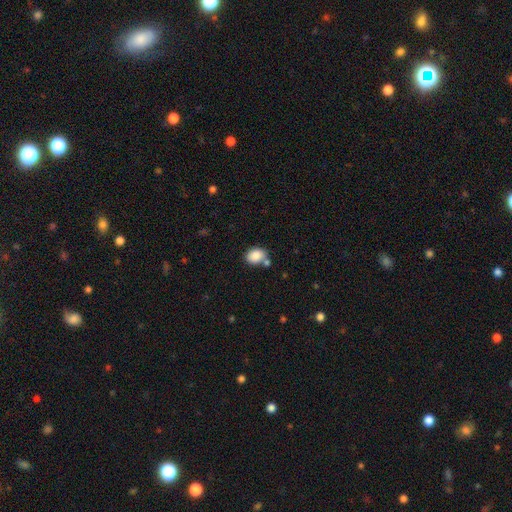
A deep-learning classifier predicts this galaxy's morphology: smooth_or_featured: smooth (p=0.86) [alt: star or artifact p=0.08]
how_rounded: in between (p=0.60) [alt: round p=0.39]
merging: none (p=0.62) [alt: merger p=0.18]